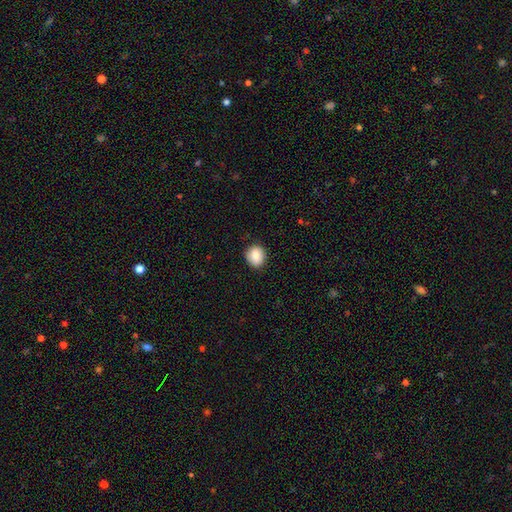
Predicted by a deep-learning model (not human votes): A smooth galaxy with no disk features (86%) that is round (76%).

Vote fractions:
- Smooth or featured? smooth: 86% / star or artifact: 8% / featured or disk: 6%
- How rounded? round: 76% / in between: 23% / cigar-shaped: 1%
- Merging? none: 88% / minor disturbance: 9% / major disturbance: 2% / merger: 1%